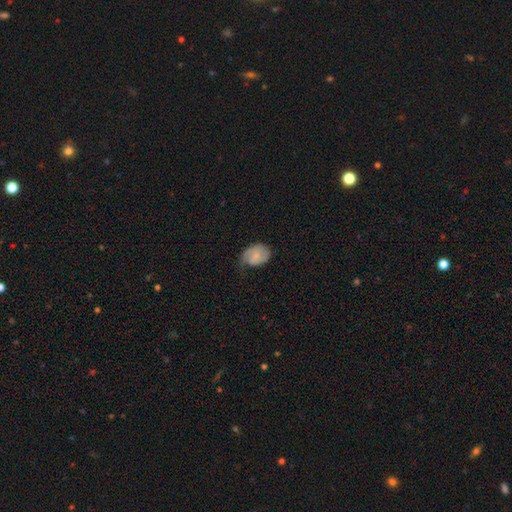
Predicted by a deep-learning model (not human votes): Smooth or featured: featured or disk — 50% (smooth — 43%)
Edge-on disk: no — 97% (yes — 3%)
Merging: none — 42% (minor disturbance — 35%)